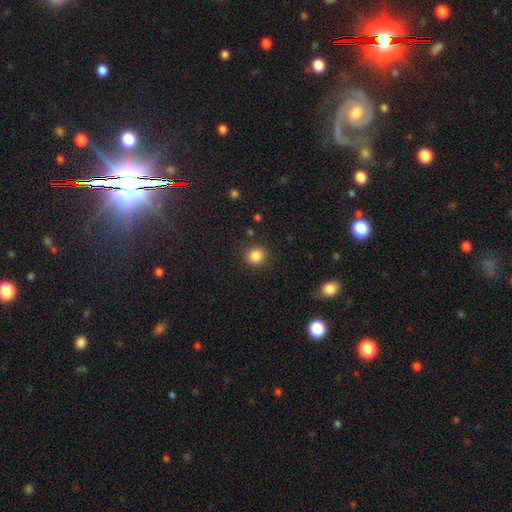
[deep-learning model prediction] This is clearly a smooth galaxy (85%). How rounded: clearly round (88%). Merging: clearly none (89%).